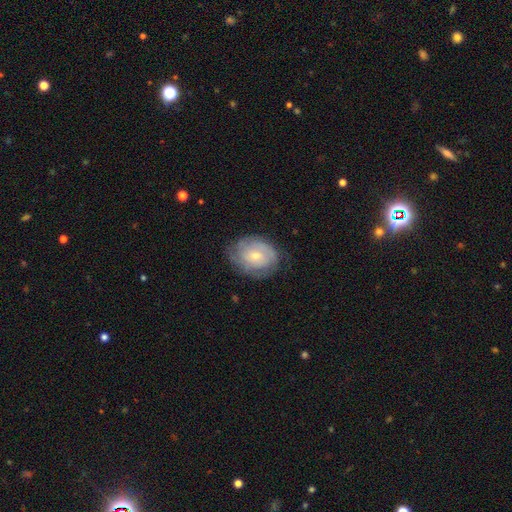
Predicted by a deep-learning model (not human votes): Smooth or featured? featured or disk (62%)
Edge-on disk? no (97%)
Bar? no (72%)
Spiral arms? yes (81%)
Bulge size? small (60%)
Merging? none (70%)